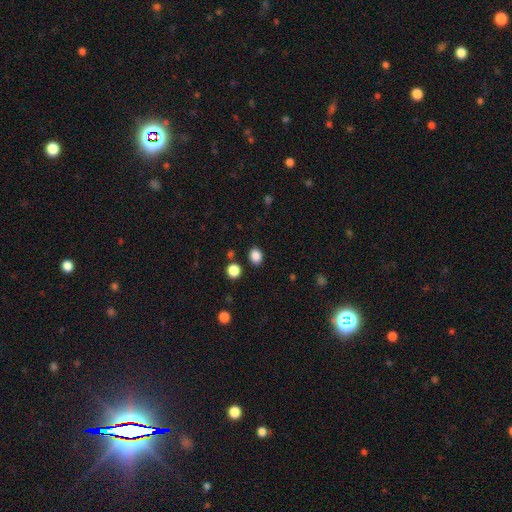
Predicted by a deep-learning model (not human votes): Overall: smooth (86%). How rounded: in between (56%; round 43%). Merging: none (85%).